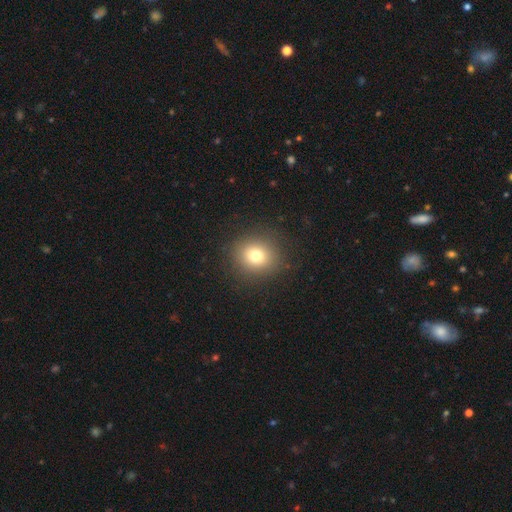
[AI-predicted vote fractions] Overall: smooth (76%). How rounded: round (82%). Merging: none (88%).